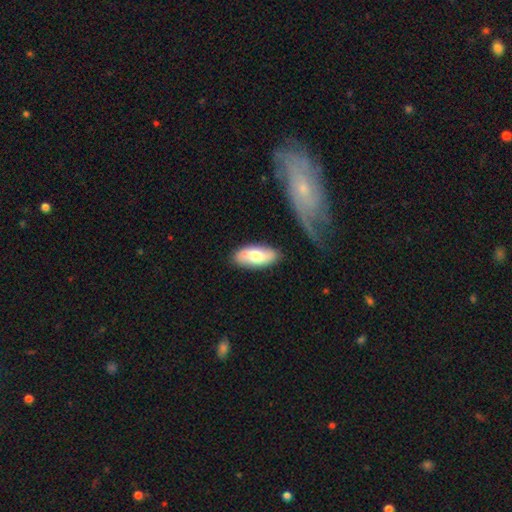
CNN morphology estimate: type=smooth (61%); roundness=in between (84%); merging=none (82%).